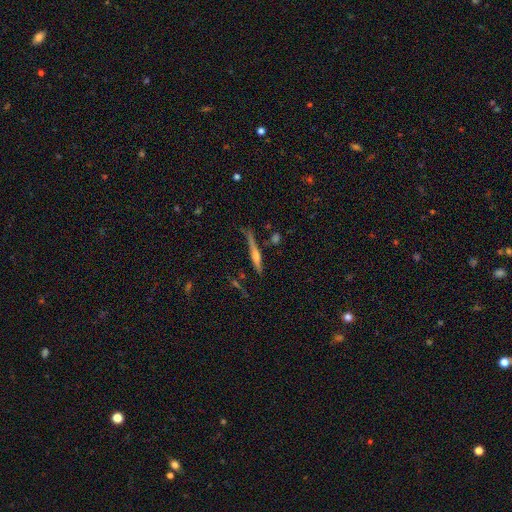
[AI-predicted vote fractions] Smooth or featured?
  - featured or disk: 68% *
  - smooth: 24%
  - star or artifact: 8%
Edge-on disk?
  - yes: 97% *
  - no: 3%
Edge-on bulge?
  - rounded: 78% *
  - none: 12%
  - boxy: 10%
Merging?
  - none: 73% *
  - minor disturbance: 17%
  - merger: 5%
  - major disturbance: 5%